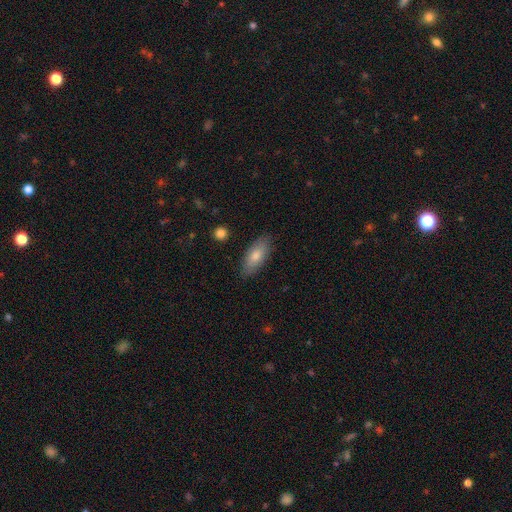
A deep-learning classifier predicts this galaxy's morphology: Q: Smooth or featured?
A: smooth (76%); runner-up: featured or disk (18%)
Q: How rounded?
A: in between (83%); runner-up: cigar-shaped (15%)
Q: Merging?
A: none (83%); runner-up: minor disturbance (13%)